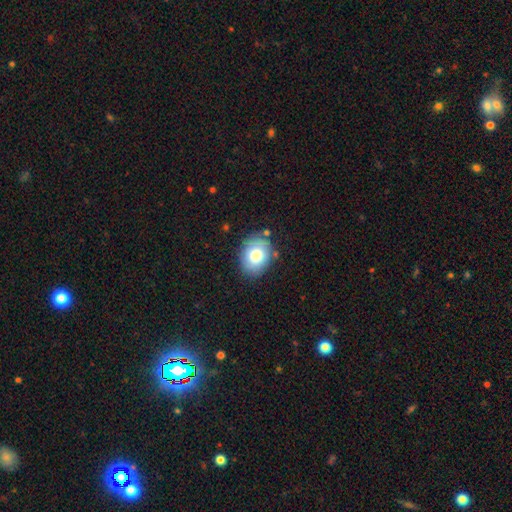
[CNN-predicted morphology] Overall: smooth (76%). How rounded: in between (60%; round 39%). Merging: none (79%).